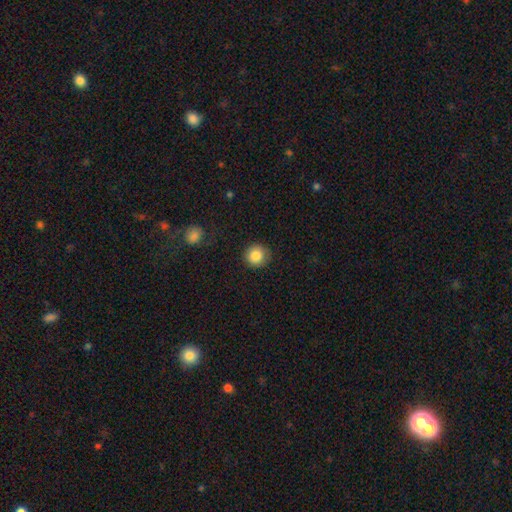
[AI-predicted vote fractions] Smooth or featured?
  - smooth: 86% *
  - star or artifact: 9%
  - featured or disk: 5%
How rounded?
  - round: 93% *
  - in between: 6%
  - cigar-shaped: 1%
Merging?
  - none: 85% *
  - minor disturbance: 11%
  - major disturbance: 3%
  - merger: 1%